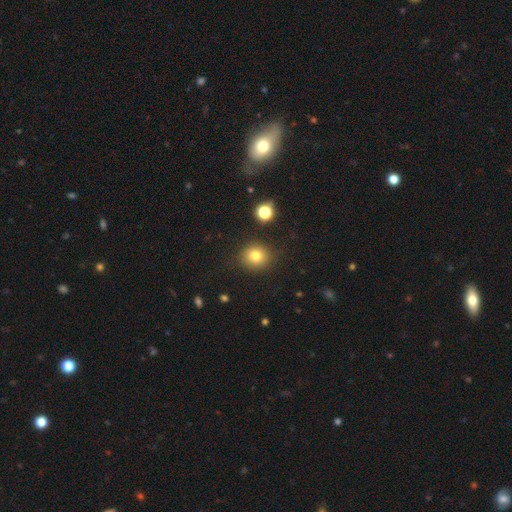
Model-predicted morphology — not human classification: The model was most divided on "smooth or featured": smooth: 78%, star or artifact: 14%, featured or disk: 9%. More confident: merging — none (87%); how rounded — round (86%).